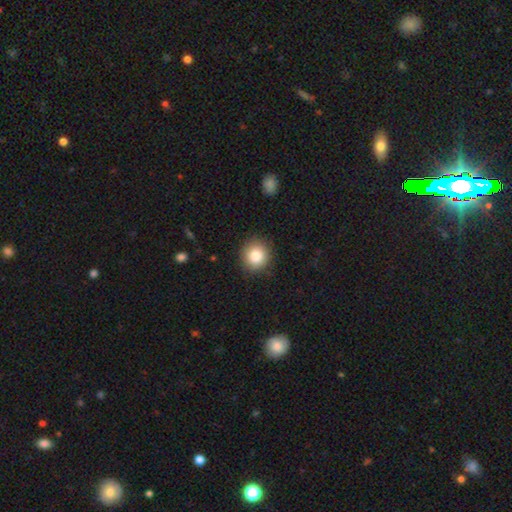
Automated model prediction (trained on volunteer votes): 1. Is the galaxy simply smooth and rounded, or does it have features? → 84% smooth, 9% star or artifact, 7% featured or disk.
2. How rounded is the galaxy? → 86% round, 13% in between, 1% cigar-shaped.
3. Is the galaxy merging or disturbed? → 89% none, 8% minor disturbance, 2% major disturbance, 1% merger.